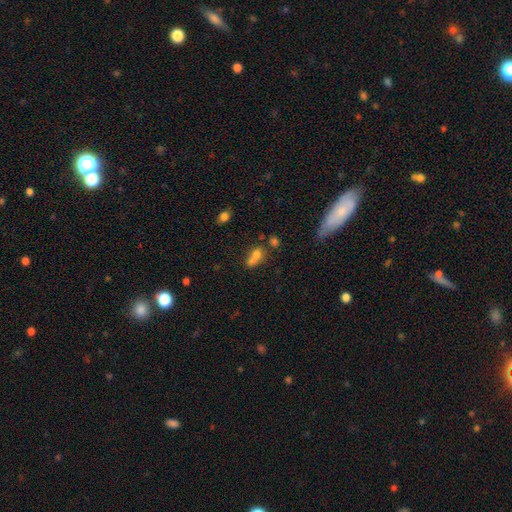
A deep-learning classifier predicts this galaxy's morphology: smooth_or_featured: smooth (p=0.70) [alt: featured or disk p=0.16]
how_rounded: in between (p=0.62) [alt: round p=0.30]
merging: merger (p=0.49) [alt: none p=0.29]